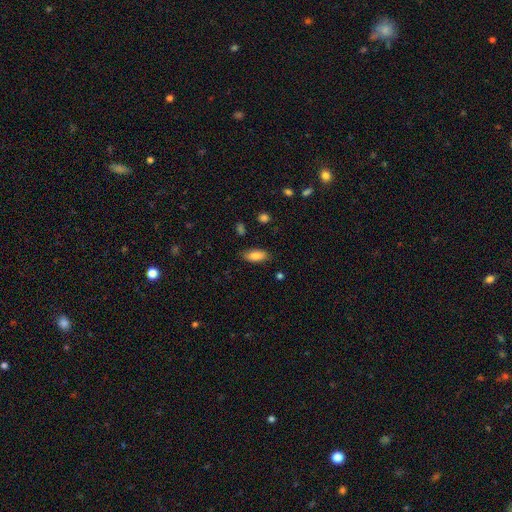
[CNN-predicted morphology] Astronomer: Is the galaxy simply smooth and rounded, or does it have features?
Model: smooth — 84%.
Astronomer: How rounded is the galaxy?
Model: in between — 86%.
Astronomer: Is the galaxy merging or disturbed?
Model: none — 83%.